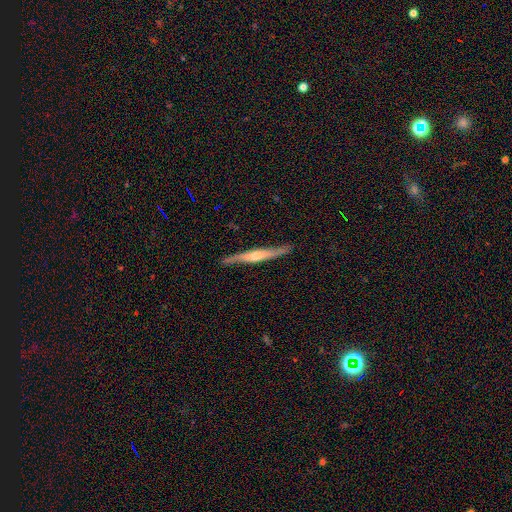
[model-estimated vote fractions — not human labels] Smooth or featured? featured or disk (74%)
Edge-on disk? yes (94%)
Edge-on bulge? rounded (72%)
Merging? none (85%)